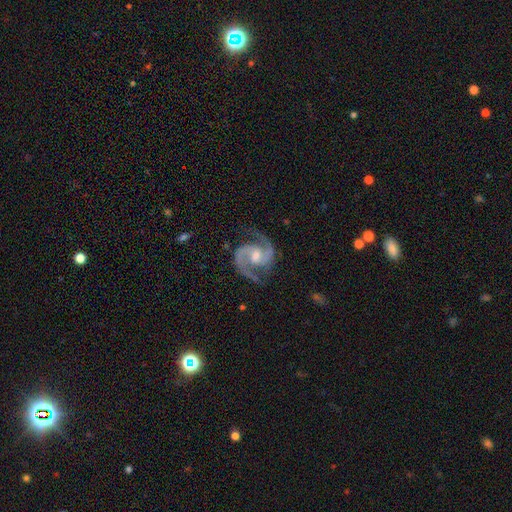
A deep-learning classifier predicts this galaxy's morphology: This appears to be a featured or disk galaxy (93%) with a weak bar (50%), 2 (93%) medium (64%) spiral arms (99%) and a moderate central bulge (54%). Merging: none (79%).